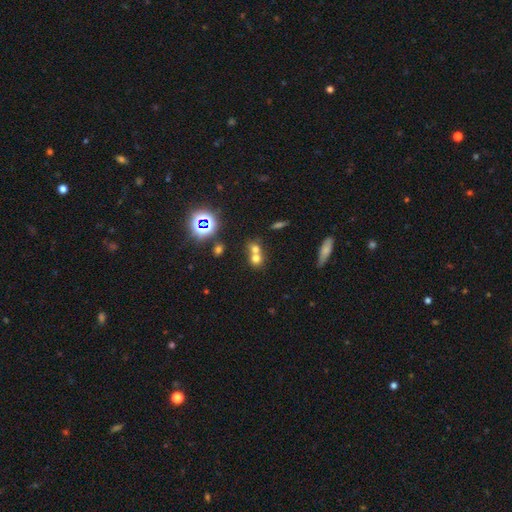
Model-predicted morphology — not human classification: smooth-or-featured: smooth: 63% | star or artifact: 23% | featured or disk: 15%
  how-rounded: round: 77% | in between: 22% | cigar-shaped: 2%
  merging: merger: 58% | none: 34% | minor disturbance: 5% | major disturbance: 3%